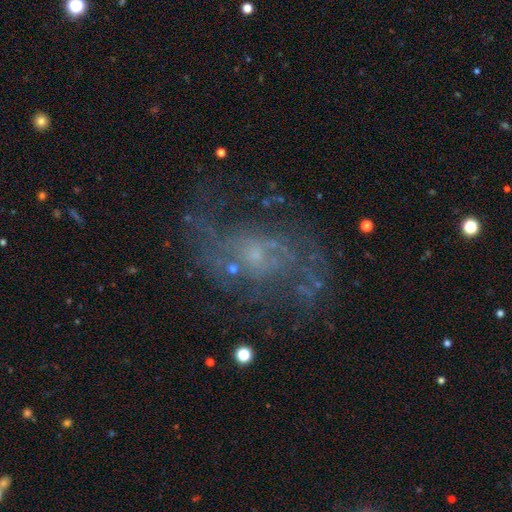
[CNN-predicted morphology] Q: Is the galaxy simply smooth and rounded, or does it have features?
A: featured or disk — 76%.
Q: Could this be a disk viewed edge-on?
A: no — 97%.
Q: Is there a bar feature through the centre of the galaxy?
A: no — 61%.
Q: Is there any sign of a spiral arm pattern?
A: yes — 85%.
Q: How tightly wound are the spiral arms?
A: loose — 43%.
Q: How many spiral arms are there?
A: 2 — 74%.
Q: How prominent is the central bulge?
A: small — 63%.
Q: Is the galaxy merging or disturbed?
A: none — 61%.